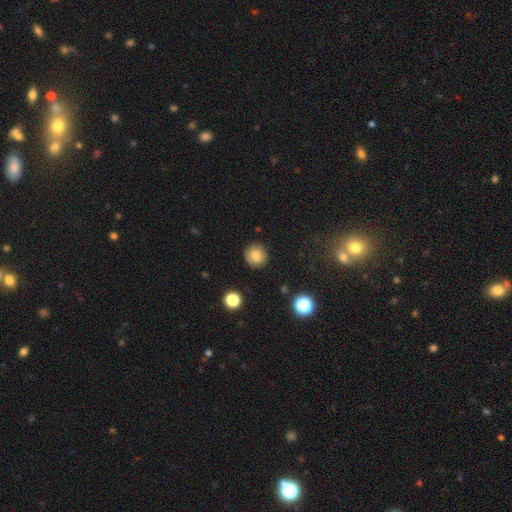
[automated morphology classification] smooth-or-featured: smooth: 83% | star or artifact: 11% | featured or disk: 7%
  how-rounded: round: 91% | in between: 8% | cigar-shaped: 1%
  merging: none: 90% | minor disturbance: 7% | major disturbance: 2% | merger: 1%